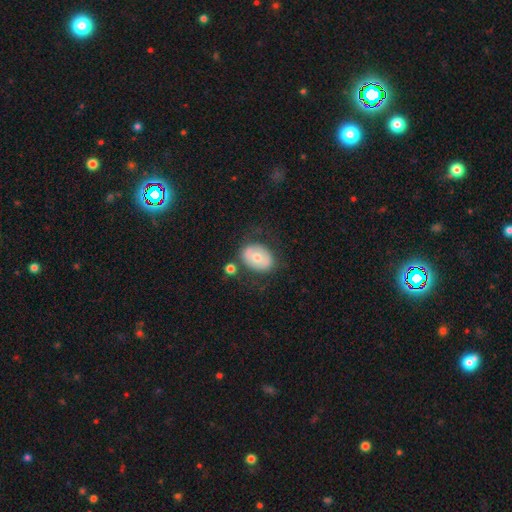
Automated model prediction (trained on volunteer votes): smooth-or-featured: smooth: 58% | featured or disk: 33% | star or artifact: 8%
  how-rounded: in between: 74% | round: 25% | cigar-shaped: 1%
  merging: none: 68% | minor disturbance: 16% | major disturbance: 8% | merger: 7%